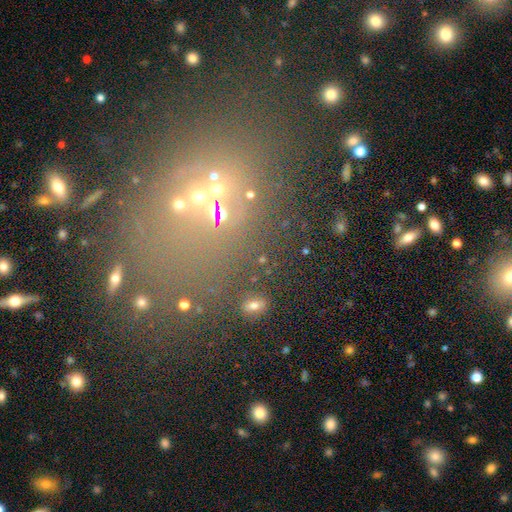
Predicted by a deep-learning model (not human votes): This is possibly a star or artifact rather than a galaxy (59%).